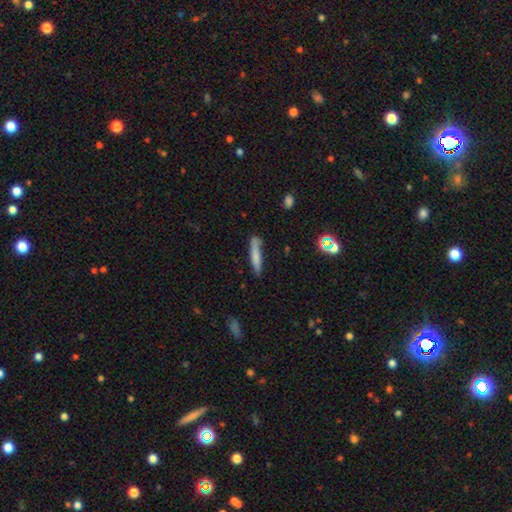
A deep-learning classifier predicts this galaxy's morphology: Smooth or featured?
  - smooth: 73% *
  - featured or disk: 20%
  - star or artifact: 8%
How rounded?
  - cigar-shaped: 89% *
  - in between: 9%
  - round: 2%
Merging?
  - none: 70% *
  - minor disturbance: 21%
  - major disturbance: 5%
  - merger: 4%